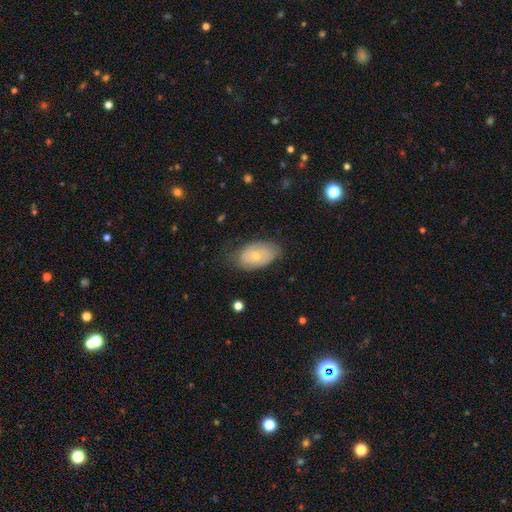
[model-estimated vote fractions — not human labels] Smooth or featured? Predicted: smooth (p=0.50). How rounded? Predicted: in between (p=0.90). Merging? Predicted: none (p=0.65).